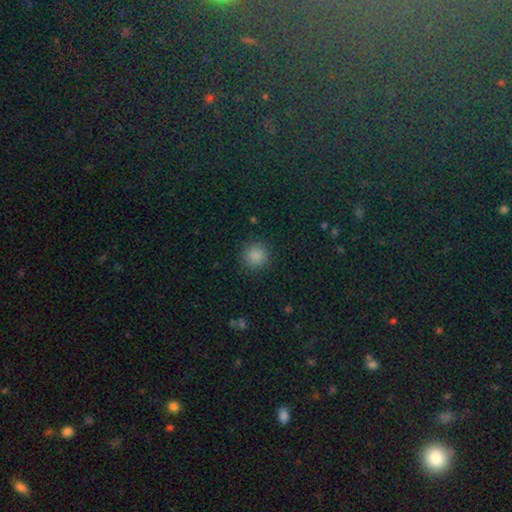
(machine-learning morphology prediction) A smooth galaxy with no disk features (85%) that is round (93%). Merging: none (90%).